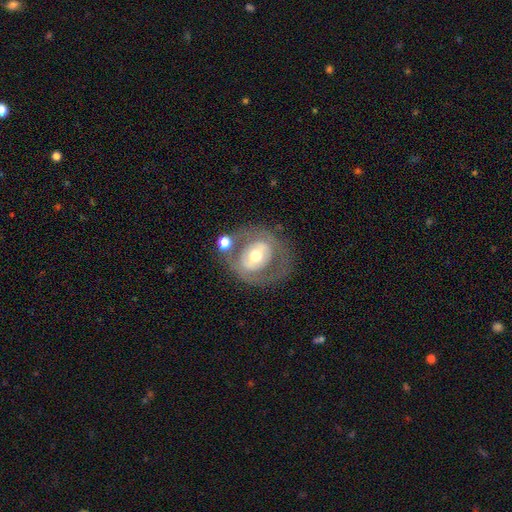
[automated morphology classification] This appears to be a featured or disk galaxy (61%) with no bar (49%), no spiral arms (73%) and a moderate central bulge (70%). Merging: none (62%).